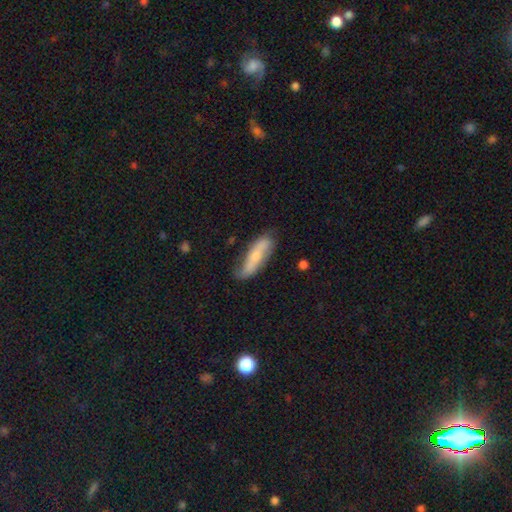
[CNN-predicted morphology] smooth_or_featured: smooth (p=0.47) [tied with: featured or disk p=0.47]
merging: none (p=0.65) [alt: minor disturbance p=0.25]